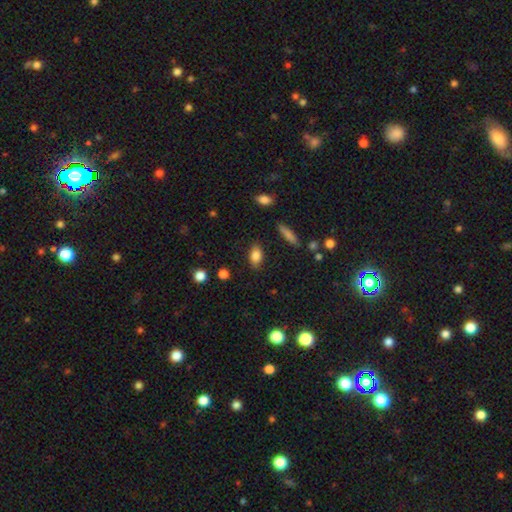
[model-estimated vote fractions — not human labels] smooth_or_featured: smooth (p=0.83) [alt: star or artifact p=0.09]
how_rounded: in between (p=0.85) [alt: round p=0.08]
merging: none (p=0.84) [alt: minor disturbance p=0.11]